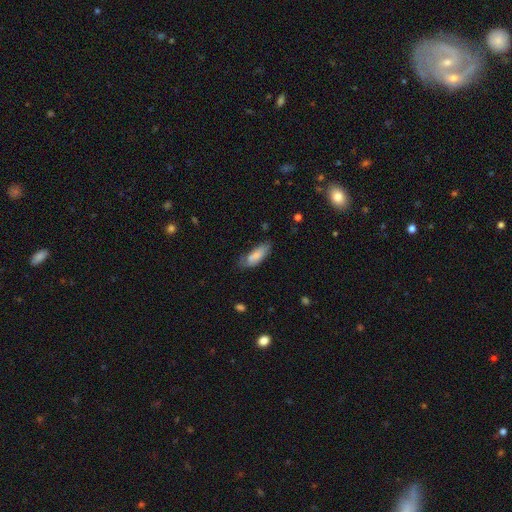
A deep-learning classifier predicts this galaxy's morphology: Overall: smooth (76%). How rounded: in between (71%). Merging: none (54%; minor disturbance 30%).